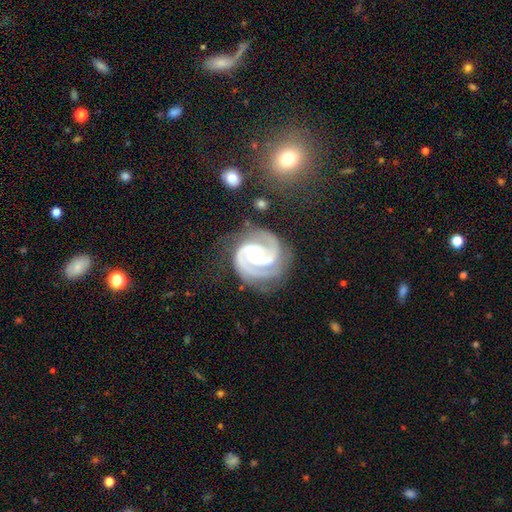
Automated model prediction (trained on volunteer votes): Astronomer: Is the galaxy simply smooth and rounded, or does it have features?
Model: featured or disk — 93%.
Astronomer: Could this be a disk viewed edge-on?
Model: no — 98%.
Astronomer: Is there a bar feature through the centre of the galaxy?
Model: no — 54% (runner-up: weak, 33%).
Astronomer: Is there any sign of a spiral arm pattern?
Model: yes — 99%.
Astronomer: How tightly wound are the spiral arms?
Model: tight — 60% (runner-up: medium, 36%).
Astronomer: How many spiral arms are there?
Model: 2 — 82%.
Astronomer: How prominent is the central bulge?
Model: small — 49% (runner-up: moderate, 42%).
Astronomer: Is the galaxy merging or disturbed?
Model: none — 71%.